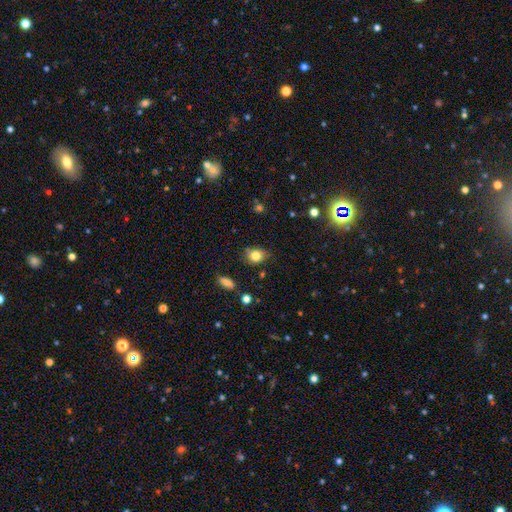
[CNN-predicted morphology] A smooth galaxy with no disk features (81%) that is round (50%). Merging: none (73%).